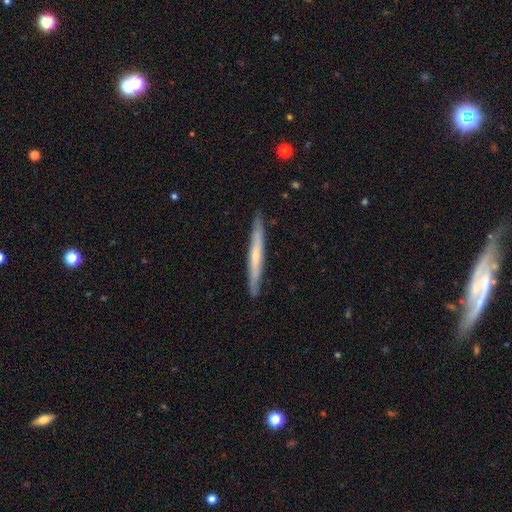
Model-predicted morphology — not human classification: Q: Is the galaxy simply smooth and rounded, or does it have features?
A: featured or disk — 55%.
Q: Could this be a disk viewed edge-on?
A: yes — 95%.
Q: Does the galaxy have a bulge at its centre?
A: none — 57%.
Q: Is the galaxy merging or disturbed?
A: none — 90%.